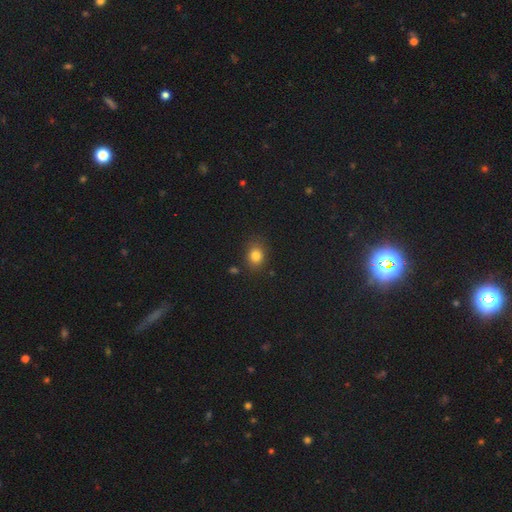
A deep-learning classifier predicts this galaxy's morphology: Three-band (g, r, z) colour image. It shows a smooth galaxy with no disk features (81%) that is round (55%). Merging: none (81%).